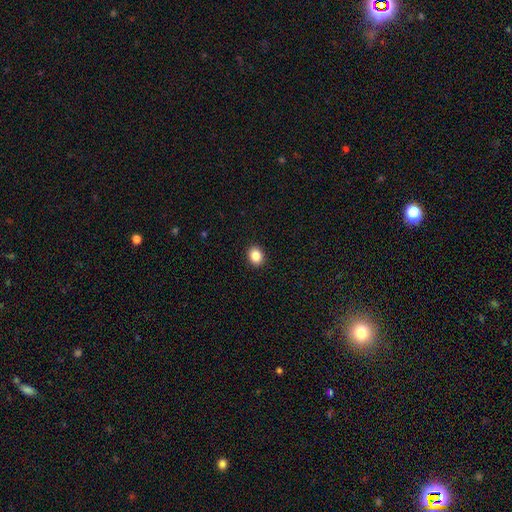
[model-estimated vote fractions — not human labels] Smooth or featured: smooth — 86% (star or artifact — 10%)
How rounded: round — 56% (in between — 43%)
Merging: none — 92% (minor disturbance — 6%)